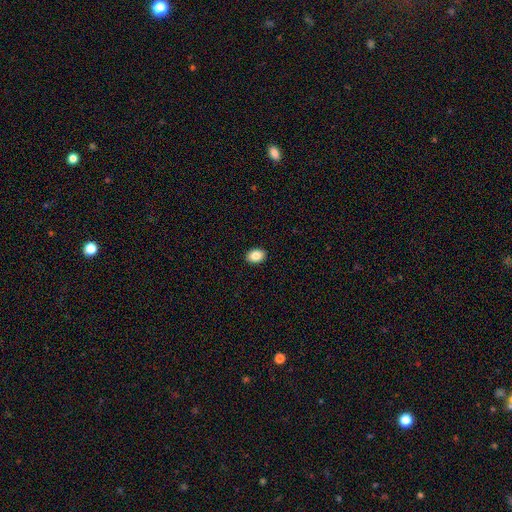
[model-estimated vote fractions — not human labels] smooth-or-featured: smooth: 86% | star or artifact: 8% | featured or disk: 6%
  how-rounded: in between: 73% | round: 26% | cigar-shaped: 1%
  merging: none: 91% | minor disturbance: 6% | major disturbance: 2% | merger: 1%